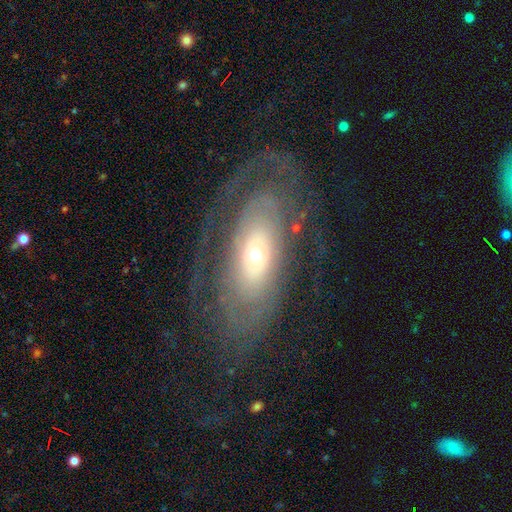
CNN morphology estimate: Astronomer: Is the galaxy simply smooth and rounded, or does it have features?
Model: featured or disk — 74%.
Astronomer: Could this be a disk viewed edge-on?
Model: no — 89%.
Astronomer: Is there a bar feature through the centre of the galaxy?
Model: no — 79%.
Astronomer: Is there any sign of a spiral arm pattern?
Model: yes — 68%.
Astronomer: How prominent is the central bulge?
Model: small — 46% (runner-up: moderate, 45%).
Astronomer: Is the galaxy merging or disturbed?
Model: none — 67%.